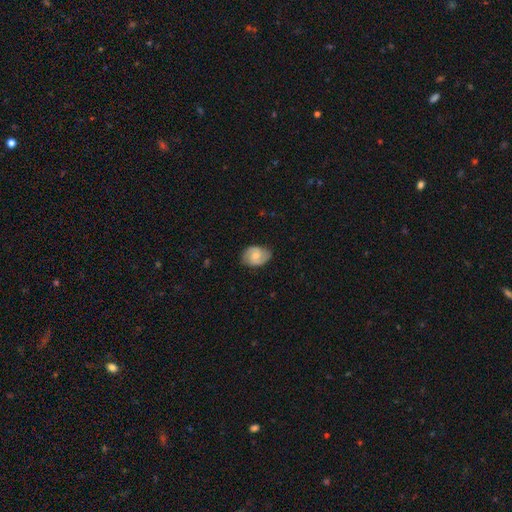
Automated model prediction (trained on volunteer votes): featured or disk 64%, smooth 30%, star or artifact 6%. Down the decision tree: edge-on disk — no (97%); bar — no (52%); spiral arms — yes (92%); spiral arm count — 2 (88%); spiral winding — medium (49%); bulge size — moderate (49%); merging — none (79%).